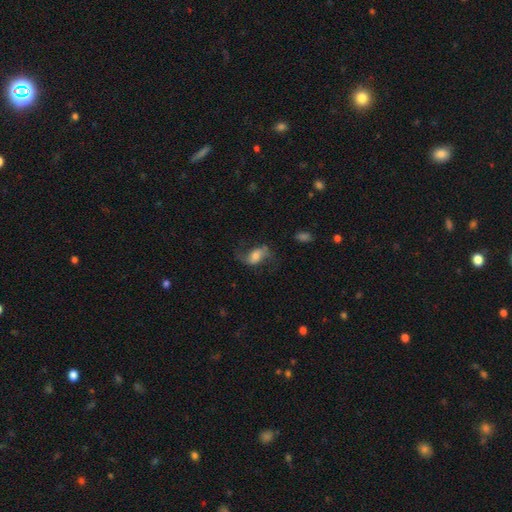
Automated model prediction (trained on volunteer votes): featured or disk 56%, smooth 35%, star or artifact 9%. Down the decision tree: edge-on disk — no (94%); bar — no (42%); spiral arms — yes (86%); bulge size — moderate (45%); merging — none (58%).